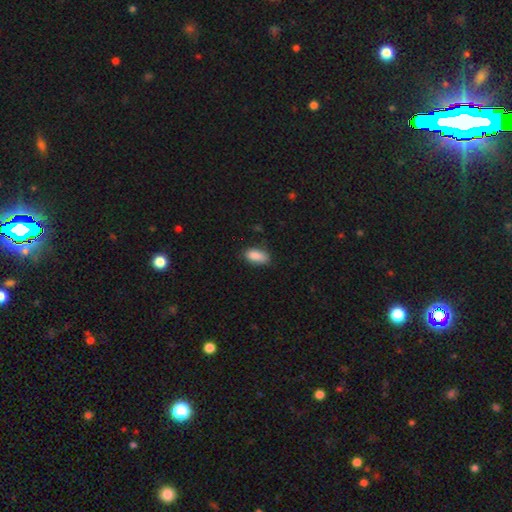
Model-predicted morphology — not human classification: Smooth or featured: smooth — 89% (star or artifact — 7%)
How rounded: in between — 91% (cigar-shaped — 6%)
Merging: none — 77% (minor disturbance — 19%)